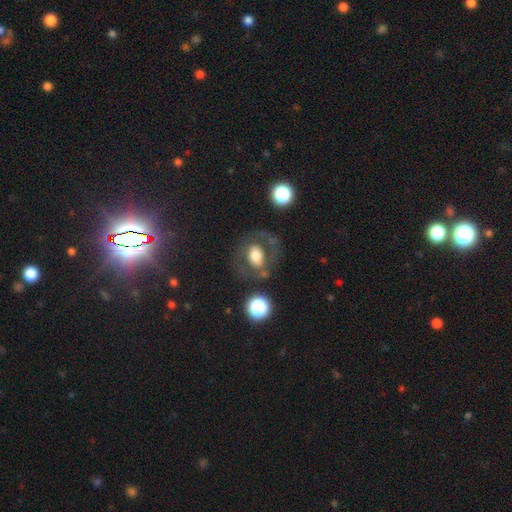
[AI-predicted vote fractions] Morphology: type=smooth (50%); merging=none (66%).